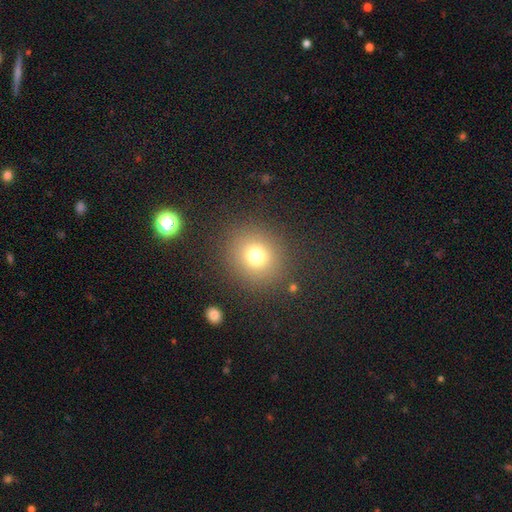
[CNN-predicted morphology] type=smooth (73%); roundness=round (89%); merging=none (88%).